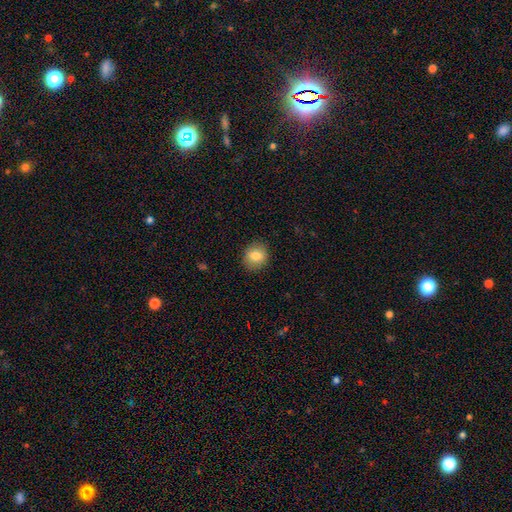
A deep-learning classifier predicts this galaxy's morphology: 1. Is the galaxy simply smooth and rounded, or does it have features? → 81% smooth, 10% featured or disk, 9% star or artifact.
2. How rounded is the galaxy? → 76% round, 23% in between, 1% cigar-shaped.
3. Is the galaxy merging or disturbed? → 89% none, 8% minor disturbance, 2% major disturbance, 1% merger.